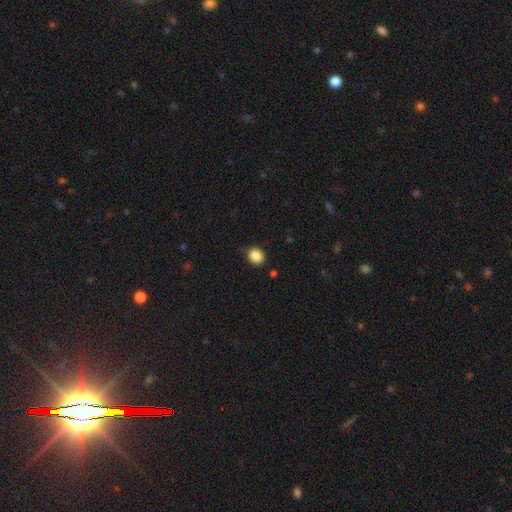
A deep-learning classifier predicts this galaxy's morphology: A smooth galaxy with no disk features (87%) that is round (65%). Merging: none (85%).